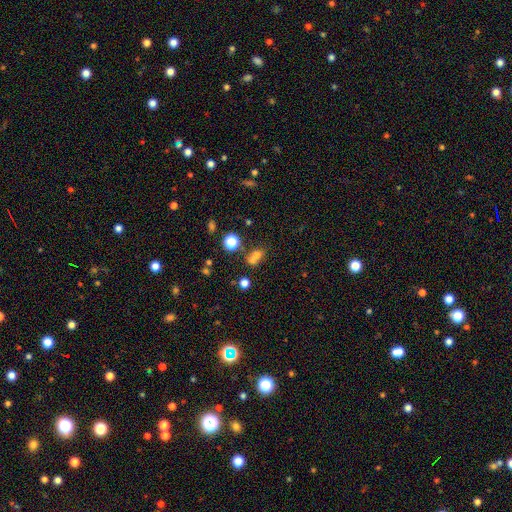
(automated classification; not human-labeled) A smooth galaxy with no disk features (66%) that is round (62%). Merging: merger (47%).